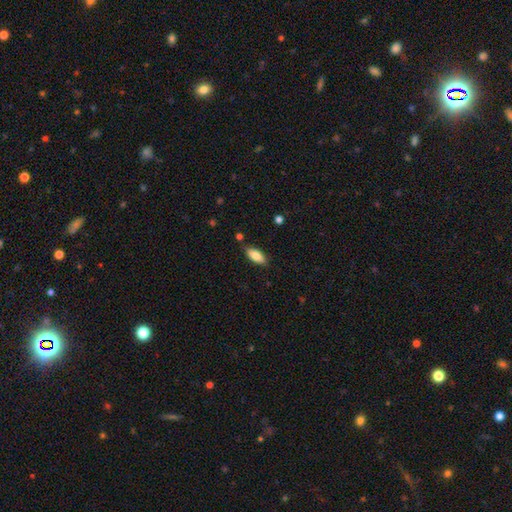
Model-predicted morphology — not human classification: Smooth or featured? smooth (80%)
How rounded? in between (85%)
Merging? none (81%)